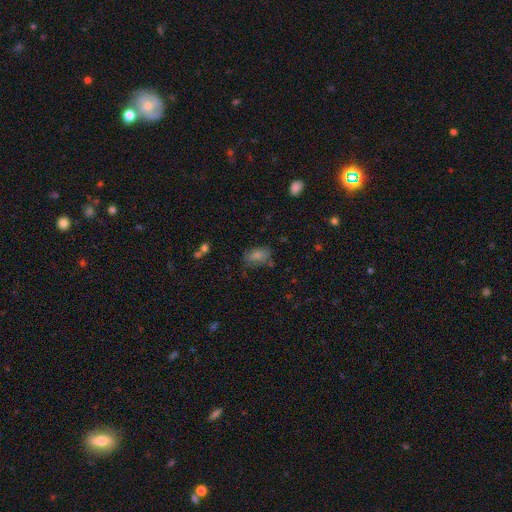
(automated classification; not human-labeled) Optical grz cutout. It shows a smooth galaxy with no disk features (66%) that is in between round and cigar-shaped (82%). Merging: none (65%).